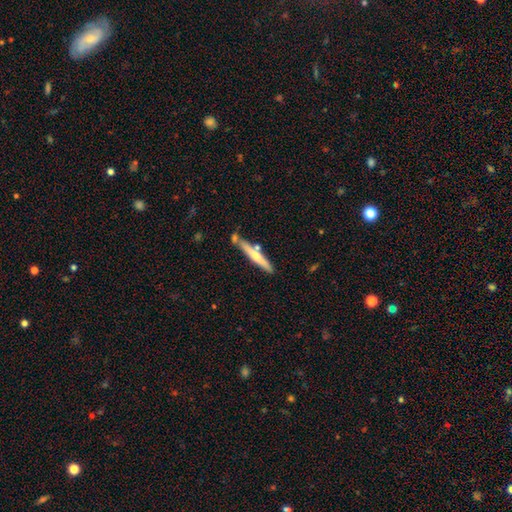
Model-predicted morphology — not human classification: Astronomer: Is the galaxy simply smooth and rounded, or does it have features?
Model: smooth — 48% (runner-up: featured or disk, 47%).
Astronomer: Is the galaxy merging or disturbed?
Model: none — 69%.